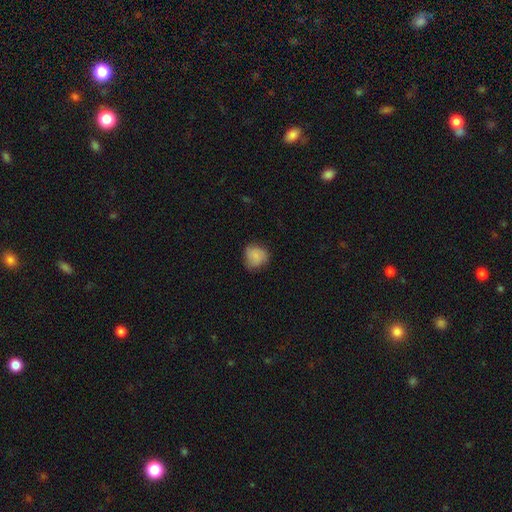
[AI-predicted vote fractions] Smooth or featured?
  - smooth: 80% *
  - featured or disk: 11%
  - star or artifact: 9%
How rounded?
  - round: 74% *
  - in between: 25%
  - cigar-shaped: 1%
Merging?
  - none: 64% *
  - minor disturbance: 28%
  - major disturbance: 6%
  - merger: 1%